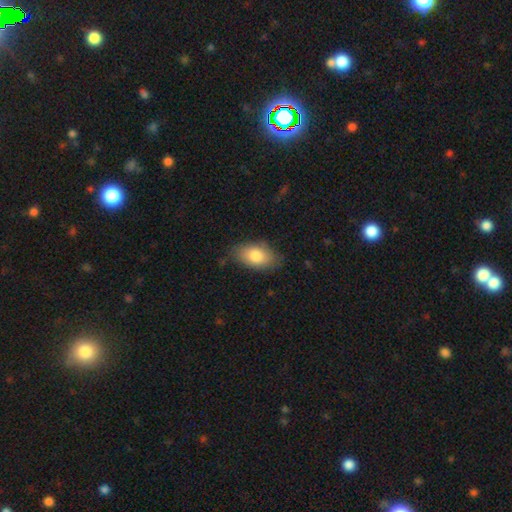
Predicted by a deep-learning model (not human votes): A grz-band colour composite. It shows a smooth galaxy with no disk features (81%) that is in between round and cigar-shaped (92%). Merging: none (74%).